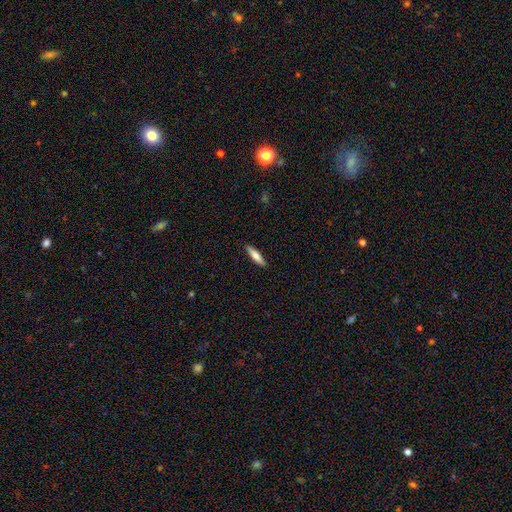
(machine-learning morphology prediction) A smooth galaxy with no disk features (73%) that is cigar-shaped (79%). Merging: none (90%).